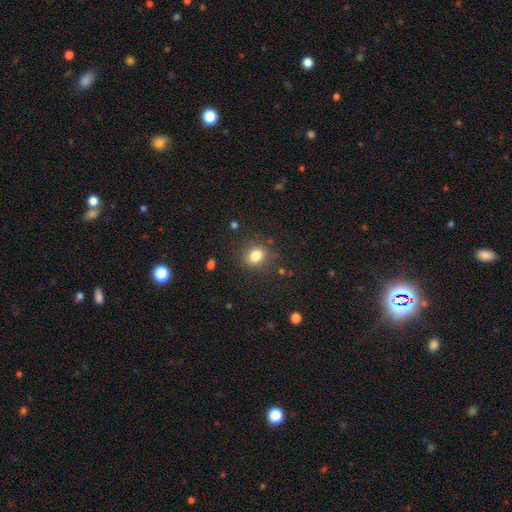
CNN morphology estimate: A smooth galaxy with no disk features (82%) that is round (57%).

Vote fractions:
- Smooth or featured? smooth: 82% / star or artifact: 11% / featured or disk: 6%
- How rounded? round: 57% / in between: 42% / cigar-shaped: 1%
- Merging? none: 82% / minor disturbance: 12% / major disturbance: 4% / merger: 2%